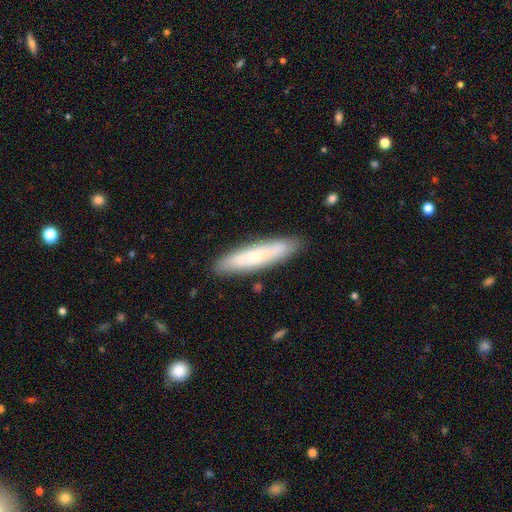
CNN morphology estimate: smooth-or-featured: smooth: 57% | featured or disk: 37% | star or artifact: 6%
  how-rounded: cigar-shaped: 80% | in between: 18% | round: 2%
  merging: none: 86% | minor disturbance: 10% | major disturbance: 2% | merger: 2%